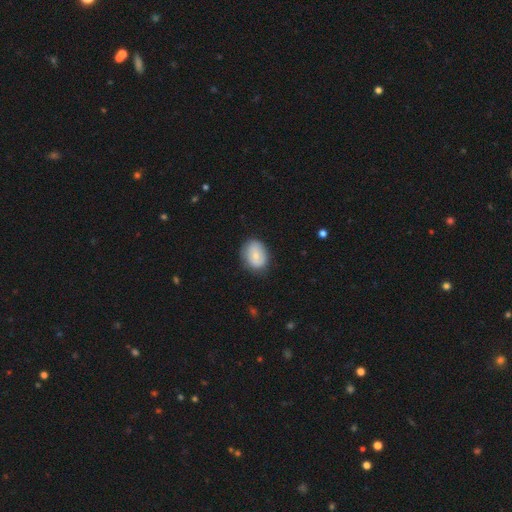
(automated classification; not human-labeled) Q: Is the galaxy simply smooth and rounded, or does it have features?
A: smooth — 66%.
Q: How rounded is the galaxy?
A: in between — 61%.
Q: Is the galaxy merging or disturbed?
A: none — 78%.